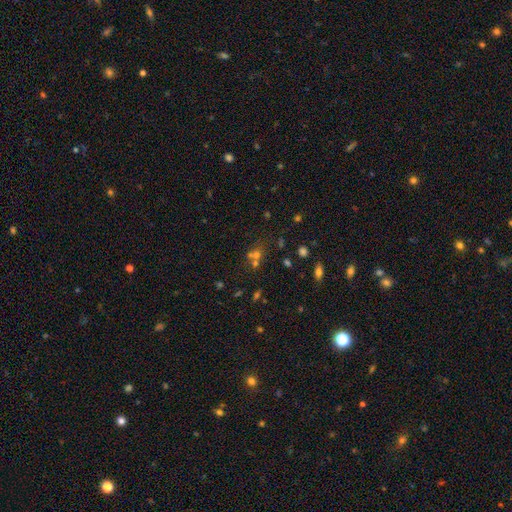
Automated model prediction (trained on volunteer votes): smooth 43%, star or artifact 40%, featured or disk 17%. Down the decision tree: merging — none (48%).